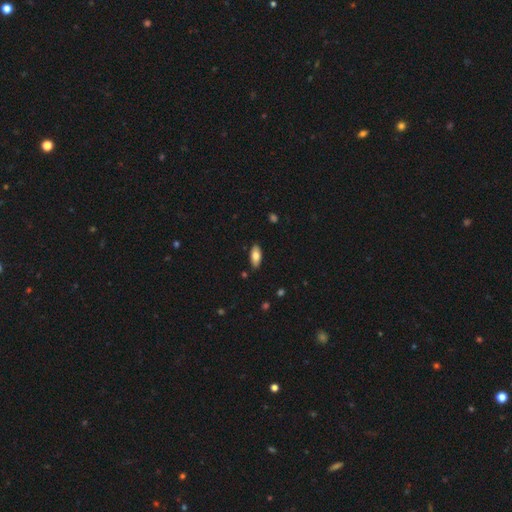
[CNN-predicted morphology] Smooth or featured? Predicted: smooth (p=0.80). How rounded? Predicted: in between (p=0.87). Merging? Predicted: none (p=0.86).